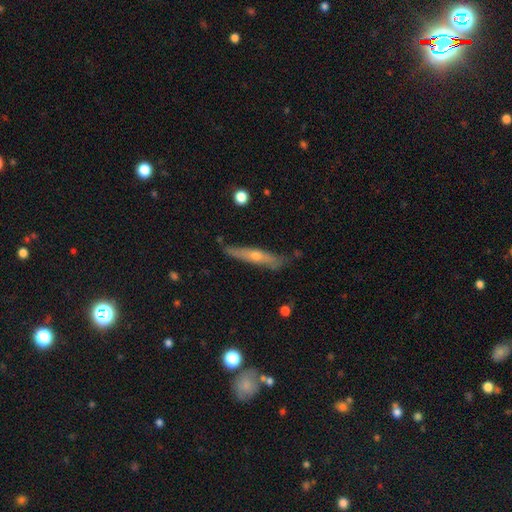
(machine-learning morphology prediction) This appears to be a featured or disk galaxy (59%) viewed edge-on (88%) with a rounded central bulge (82%). Merging: none (77%).